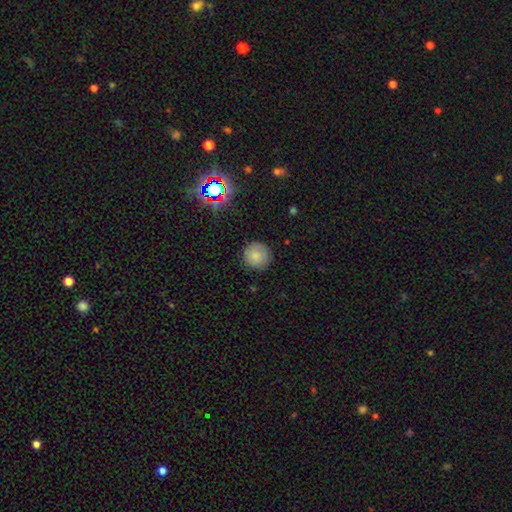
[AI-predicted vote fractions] Smooth or featured: smooth — 81% (star or artifact — 11%)
How rounded: round — 95% (in between — 4%)
Merging: none — 88% (minor disturbance — 9%)